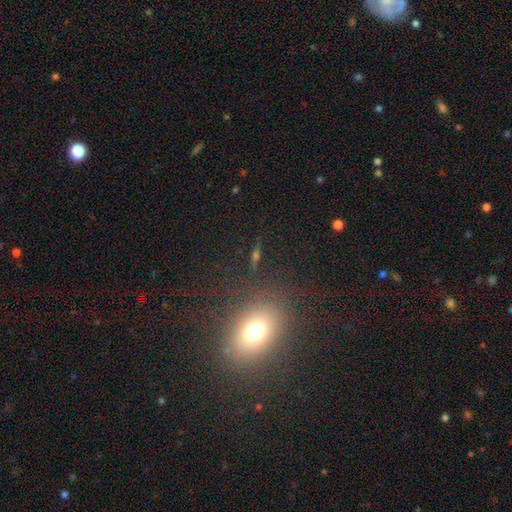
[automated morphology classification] Smooth or featured: smooth — 63% (star or artifact — 26%)
How rounded: in between — 61% (round — 35%)
Merging: none — 85% (minor disturbance — 8%)